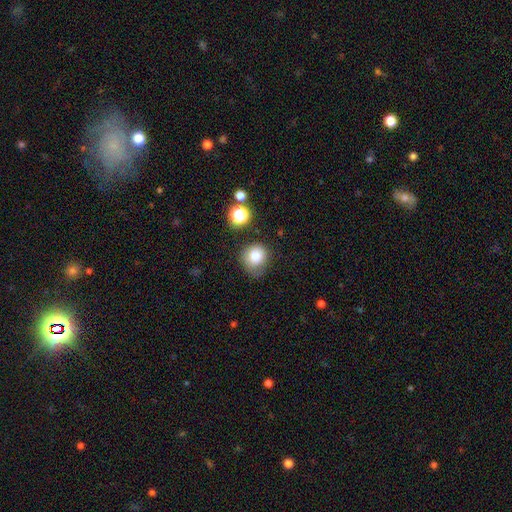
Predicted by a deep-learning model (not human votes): smooth 78%, star or artifact 12%, featured or disk 11%. Down the decision tree: how rounded — round (79%); merging — none (56%).